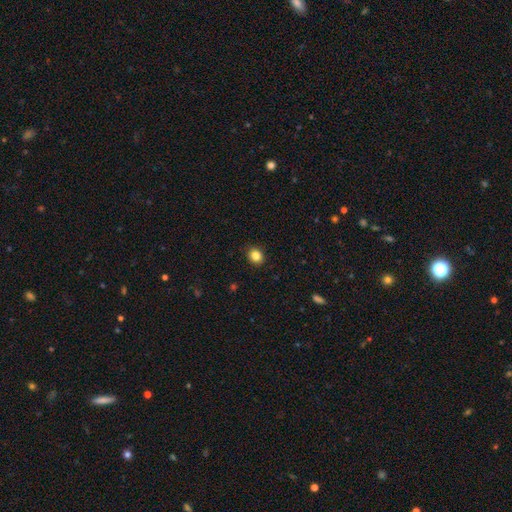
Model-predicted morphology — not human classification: smooth 84%, star or artifact 11%, featured or disk 5%. Down the decision tree: how rounded — round (67%); merging — none (90%).